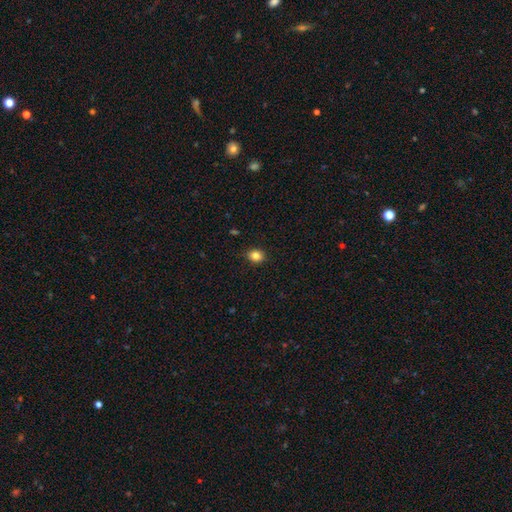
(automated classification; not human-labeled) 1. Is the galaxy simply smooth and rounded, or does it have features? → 83% smooth, 11% star or artifact, 6% featured or disk.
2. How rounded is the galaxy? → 59% round, 40% in between, 1% cigar-shaped.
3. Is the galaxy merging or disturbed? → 88% none, 9% minor disturbance, 2% major disturbance, 1% merger.